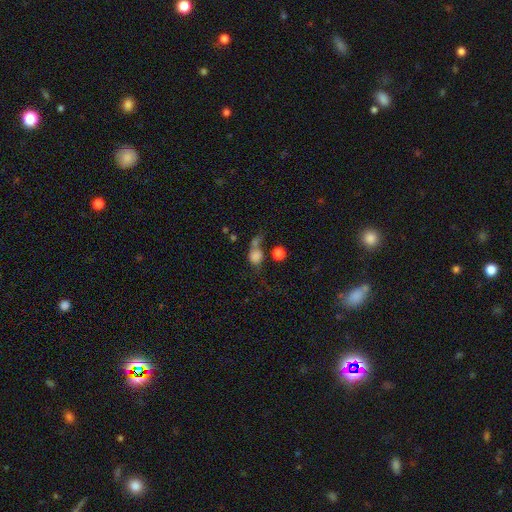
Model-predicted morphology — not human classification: smooth-or-featured: smooth: 74% | star or artifact: 13% | featured or disk: 13%
  how-rounded: round: 65% | in between: 32% | cigar-shaped: 2%
  merging: merger: 35% | none: 31% | major disturbance: 19% | minor disturbance: 16%